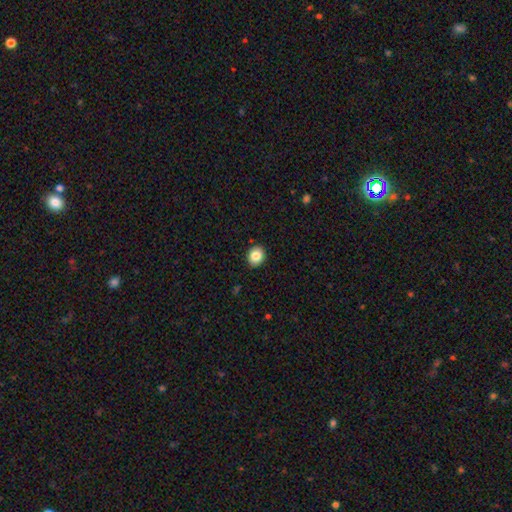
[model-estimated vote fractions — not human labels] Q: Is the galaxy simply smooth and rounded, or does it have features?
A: smooth — 85%.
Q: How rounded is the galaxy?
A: round — 61%.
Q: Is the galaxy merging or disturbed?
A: none — 89%.